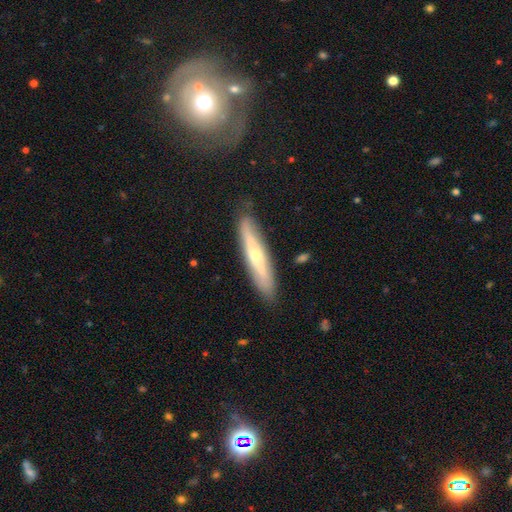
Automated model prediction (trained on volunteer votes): Morphology: type=featured or disk (56%); edge-on=yes (71%); merging=none (84%).